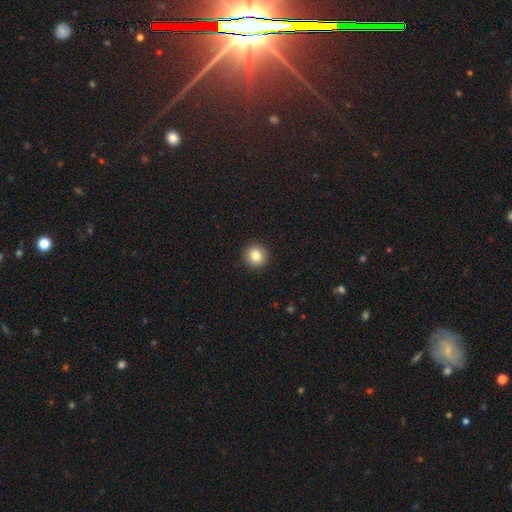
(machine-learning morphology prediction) This appears to be a smooth galaxy with no disk features (83%) that is round (95%). Merging: none (93%).